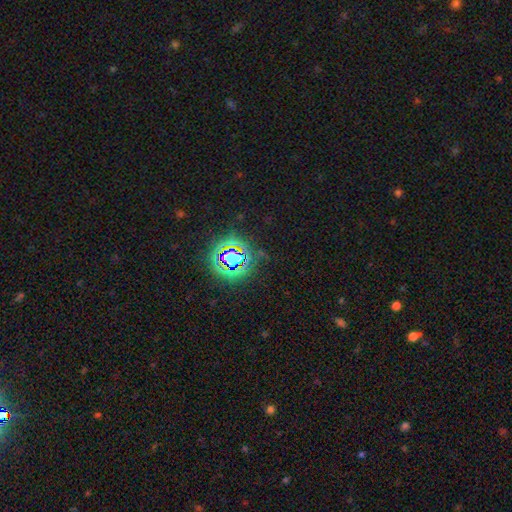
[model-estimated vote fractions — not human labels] star or artifact 79%, smooth 13%, featured or disk 8%.